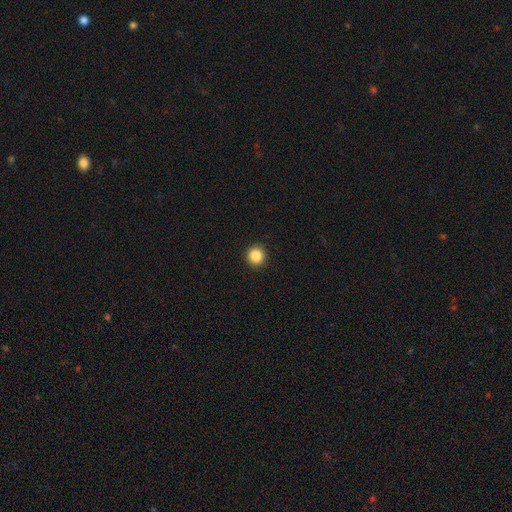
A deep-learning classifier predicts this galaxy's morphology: smooth 87%, star or artifact 9%, featured or disk 3%. Down the decision tree: how rounded — round (92%); merging — none (92%).